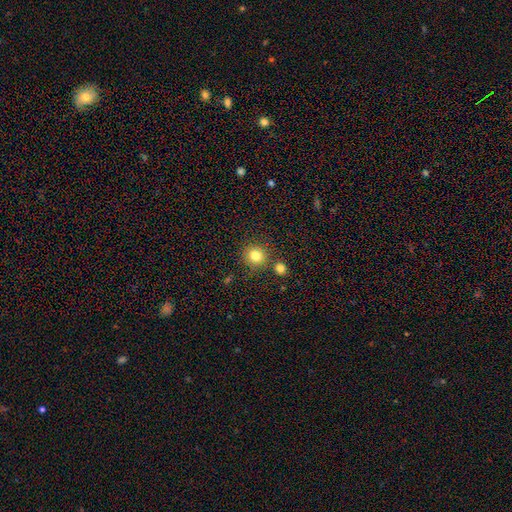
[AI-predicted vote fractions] Smooth or featured? smooth (82%)
How rounded? round (92%)
Merging? none (81%)